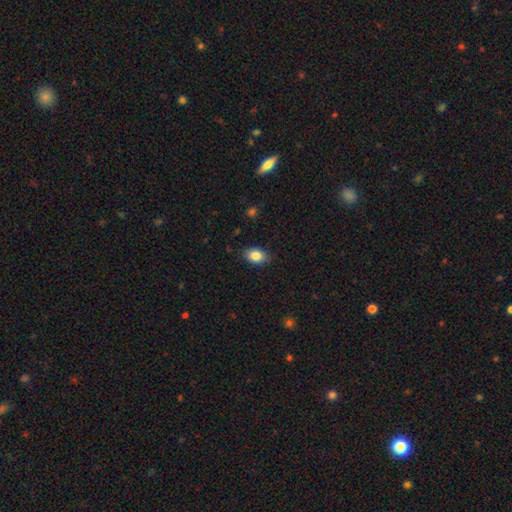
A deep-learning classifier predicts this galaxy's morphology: Smooth or featured?
  - smooth: 85% *
  - star or artifact: 8%
  - featured or disk: 7%
How rounded?
  - in between: 83% *
  - round: 16%
  - cigar-shaped: 1%
Merging?
  - none: 84% *
  - minor disturbance: 12%
  - major disturbance: 3%
  - merger: 1%